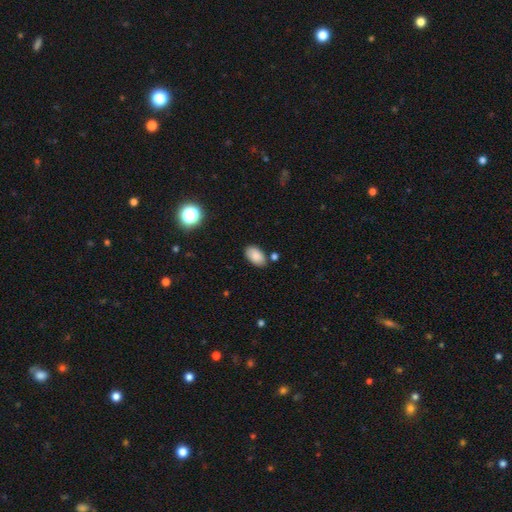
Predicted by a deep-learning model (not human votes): smooth 86%, star or artifact 8%, featured or disk 6%. Down the decision tree: how rounded — in between (93%); merging — none (79%).